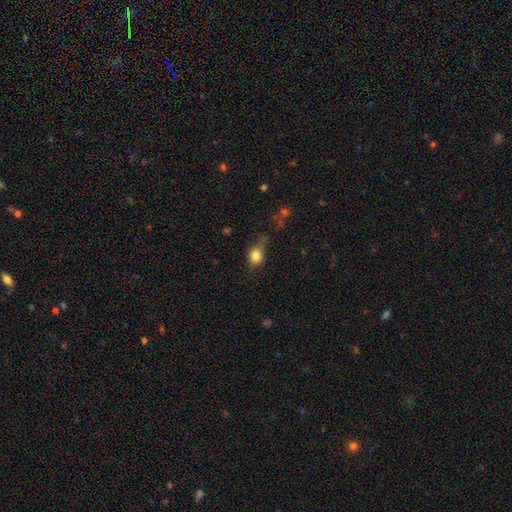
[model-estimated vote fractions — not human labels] smooth 82%, star or artifact 10%, featured or disk 8%. Down the decision tree: how rounded — round (58%); merging — none (51%).